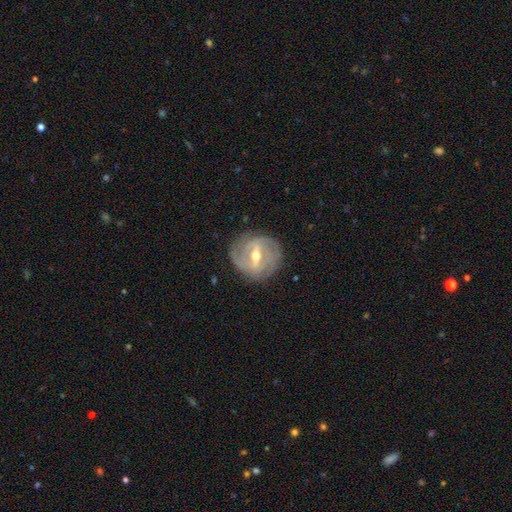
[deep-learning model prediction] smooth_or_featured: featured or disk (p=0.85) [alt: smooth p=0.10]
disk_edge_on: no (p=0.95) [alt: yes p=0.05]
bar: strong (p=0.50) [alt: weak p=0.41]
has_spiral_arms: yes (p=0.91) [alt: no p=0.09]
spiral_winding: tight (p=0.64) [alt: medium p=0.27]
spiral_arm_count: 2 (p=0.37) [alt: can't tell p=0.27]
bulge_size: moderate (p=0.70) [alt: small p=0.25]
merging: none (p=0.81) [alt: minor disturbance p=0.13]